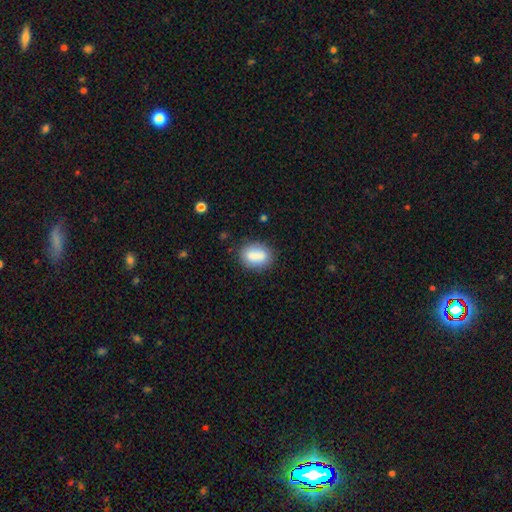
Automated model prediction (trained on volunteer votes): smooth_or_featured: smooth (p=0.83) [alt: featured or disk p=0.09]
how_rounded: in between (p=0.78) [alt: round p=0.19]
merging: none (p=0.77) [alt: minor disturbance p=0.14]